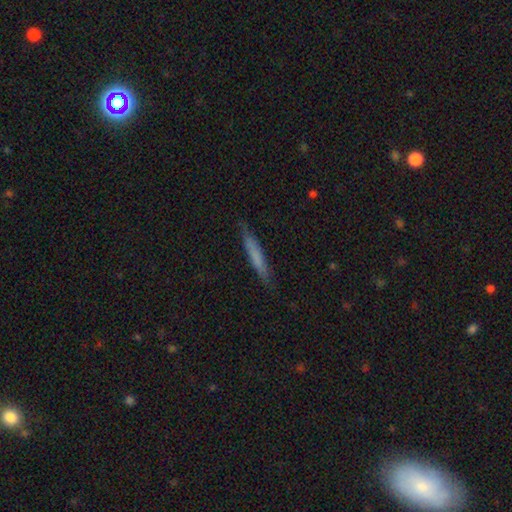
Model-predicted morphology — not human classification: A smooth galaxy with no disk features (65%) that is cigar-shaped (94%). Merging: none (85%).